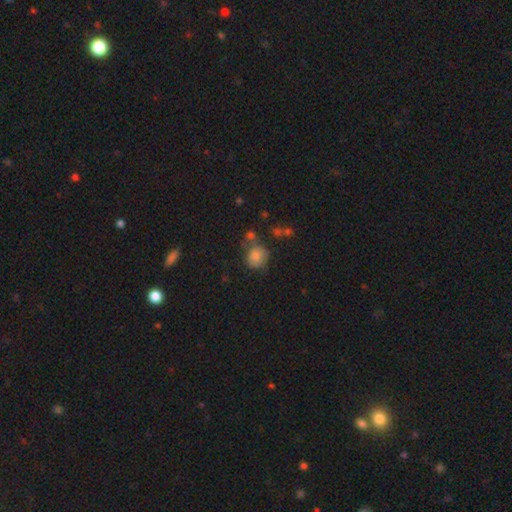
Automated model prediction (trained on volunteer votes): smooth 75%, featured or disk 12%, star or artifact 12%. Down the decision tree: how rounded — round (76%); merging — none (59%).